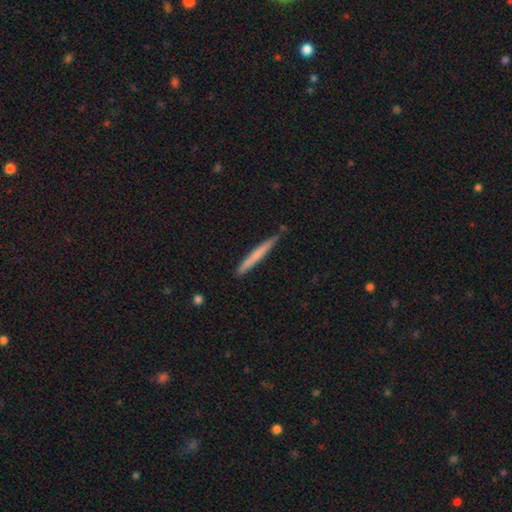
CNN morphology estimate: Overall: smooth (60%; featured or disk 34%). How rounded: cigar-shaped (97%). Merging: none (86%).